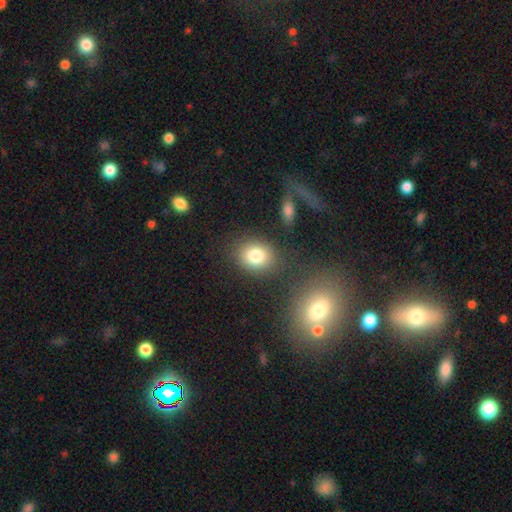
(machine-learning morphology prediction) smooth-or-featured: smooth: 81% | star or artifact: 11% | featured or disk: 8%
  how-rounded: round: 59% | in between: 40% | cigar-shaped: 1%
  merging: none: 80% | minor disturbance: 11% | merger: 5% | major disturbance: 4%